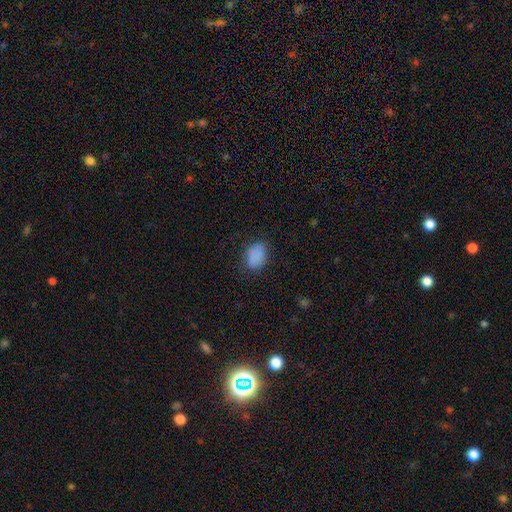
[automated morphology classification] smooth 85%, star or artifact 10%, featured or disk 5%. Down the decision tree: how rounded — in between (78%); merging — none (74%).